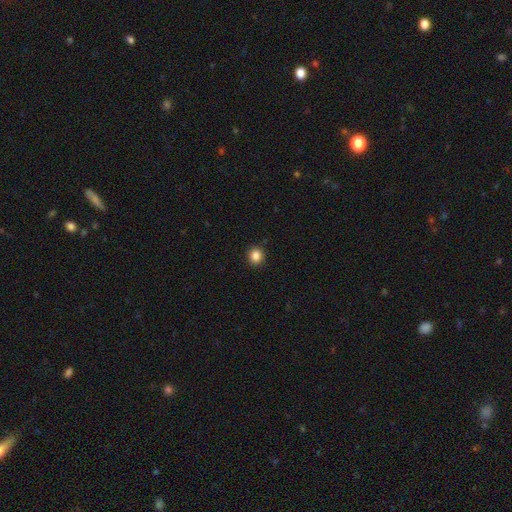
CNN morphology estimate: Overall: smooth (86%). How rounded: round (78%). Merging: none (91%).